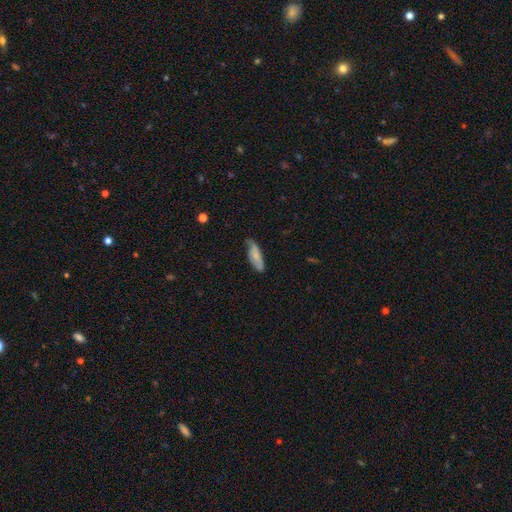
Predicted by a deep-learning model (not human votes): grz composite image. It shows a smooth galaxy with no disk features (64%) that is in between round and cigar-shaped (67%). Merging: none (47%).